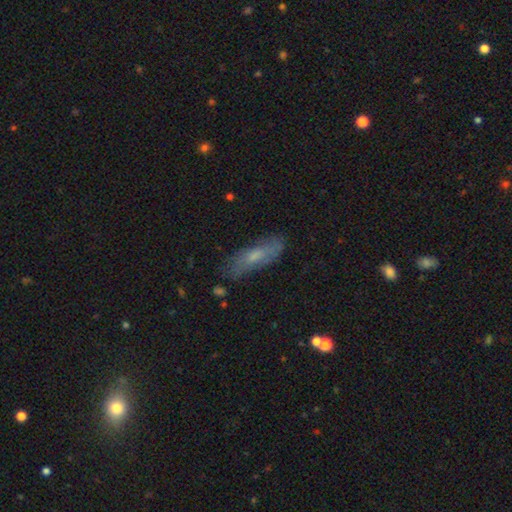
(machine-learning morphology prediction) Smooth or featured: smooth — 54% (featured or disk — 37%)
How rounded: cigar-shaped — 52% (in between — 45%)
Merging: none — 75% (minor disturbance — 19%)